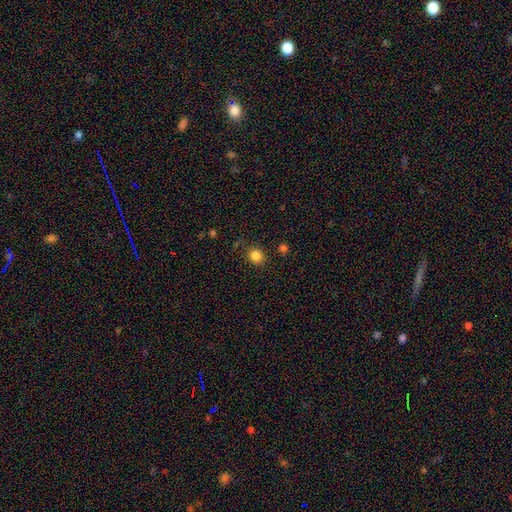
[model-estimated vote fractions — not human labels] Morphology: type=smooth (84%); roundness=round (79%); merging=none (84%).